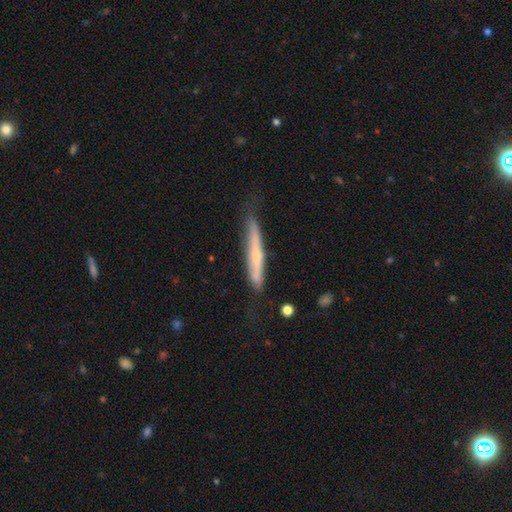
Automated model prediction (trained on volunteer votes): Overall: featured or disk (51%; smooth 43%). Edge-on disk: yes (89%). Merging: none (69%).